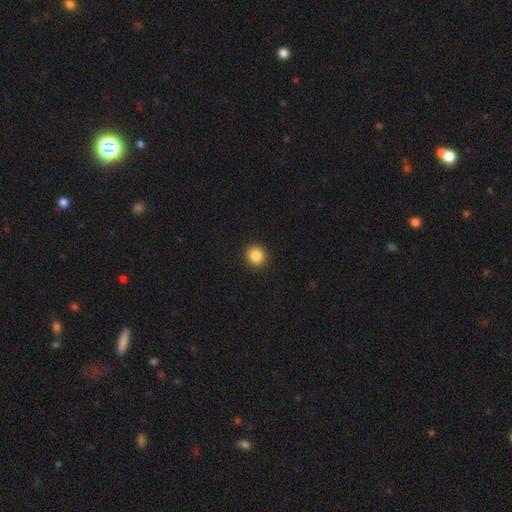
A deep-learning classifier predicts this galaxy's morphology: This appears to be a smooth galaxy with no disk features (86%) that is round (88%). Merging: none (92%).